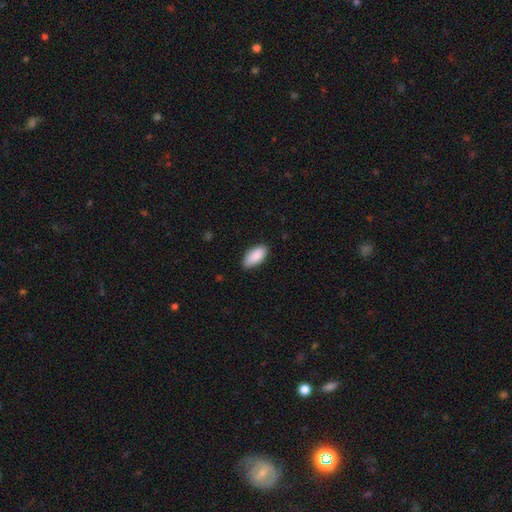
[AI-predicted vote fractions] smooth_or_featured: smooth (p=0.89) [alt: star or artifact p=0.06]
how_rounded: in between (p=0.92) [alt: cigar-shaped p=0.06]
merging: none (p=0.80) [alt: minor disturbance p=0.17]